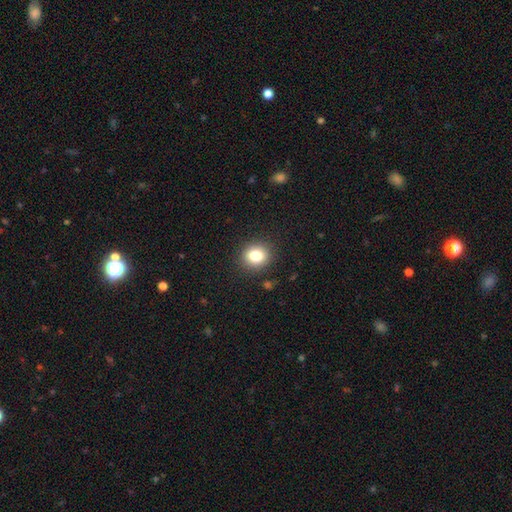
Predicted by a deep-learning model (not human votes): smooth_or_featured: smooth (p=0.81) [alt: star or artifact p=0.11]
how_rounded: round (p=0.79) [alt: in between p=0.20]
merging: none (p=0.89) [alt: minor disturbance p=0.07]